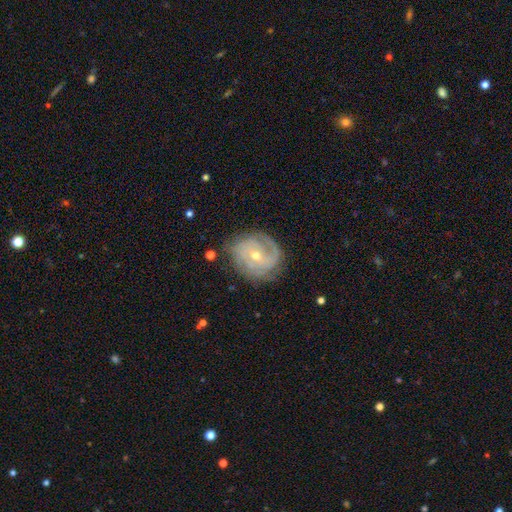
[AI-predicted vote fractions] Smooth or featured? Predicted: featured or disk (p=0.83). Edge-on disk? Predicted: no (p=0.97). Bar? Predicted: no (p=0.61). Spiral arms? Predicted: yes (p=0.94). Spiral winding? Predicted: tight (p=0.65). Spiral arm count? Predicted: 2 (p=0.35). Bulge size? Predicted: small (p=0.53). Merging? Predicted: none (p=0.73).